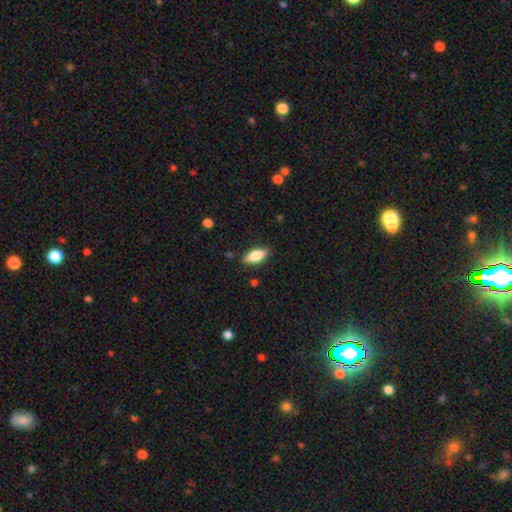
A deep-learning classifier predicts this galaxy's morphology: Smooth or featured? Predicted: smooth (p=0.76). How rounded? Predicted: in between (p=0.79). Merging? Predicted: none (p=0.84).